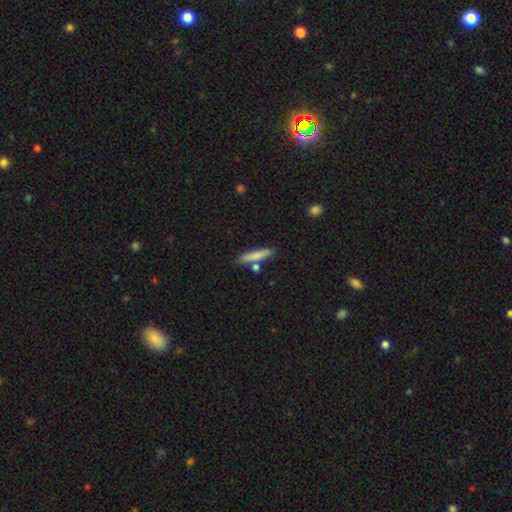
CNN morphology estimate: Smooth or featured? Predicted: smooth (p=0.79). How rounded? Predicted: cigar-shaped (p=0.86). Merging? Predicted: none (p=0.78).